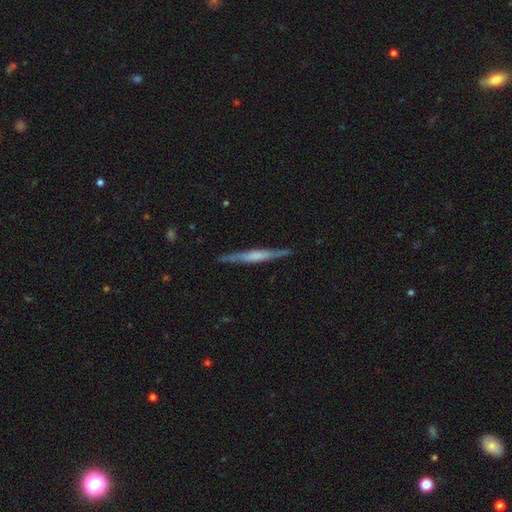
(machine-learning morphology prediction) featured or disk 64%, smooth 30%, star or artifact 6%. Down the decision tree: edge-on disk — yes (97%); edge-on bulge — boxy (37%); merging — none (88%).